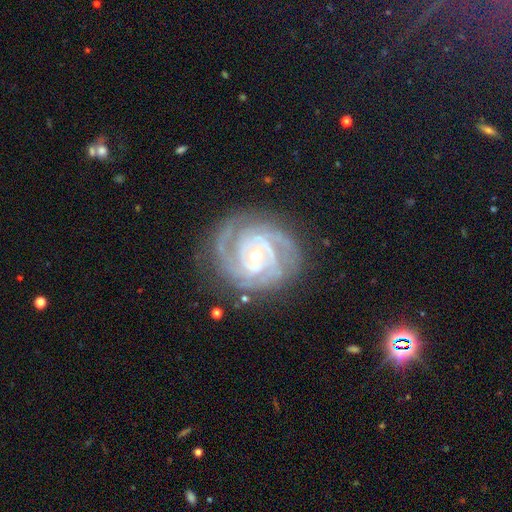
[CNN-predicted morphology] featured or disk 91%, star or artifact 5%, smooth 4%. Down the decision tree: edge-on disk — no (97%); bar — no (60%); spiral arms — yes (98%); spiral arm count — 3 (35%); spiral winding — tight (76%); bulge size — moderate (62%); merging — none (78%).